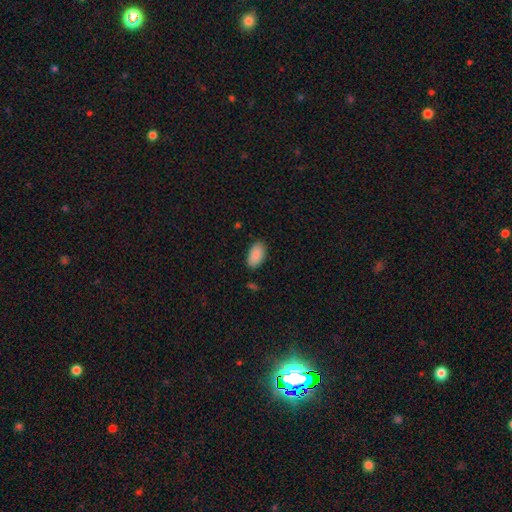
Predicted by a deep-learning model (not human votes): A smooth galaxy with no disk features (90%) that is in between round and cigar-shaped (95%).

Vote fractions:
- Smooth or featured? smooth: 90% / star or artifact: 6% / featured or disk: 4%
- How rounded? in between: 95% / round: 3% / cigar-shaped: 2%
- Merging? none: 85% / minor disturbance: 11% / major disturbance: 2% / merger: 1%